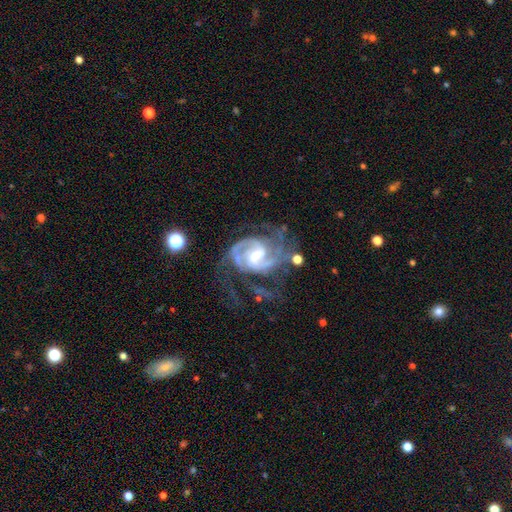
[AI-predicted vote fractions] A featured or disk galaxy (91%) with a weak bar (56%), 2 (56%) medium (50%) spiral arms (97%) and a moderate central bulge (47%).

Vote fractions:
- Smooth or featured? featured or disk: 91% / star or artifact: 5% / smooth: 4%
- Edge-on disk? no: 98% / yes: 2%
- Bar? weak: 56% / strong: 25% / no: 19%
- Spiral arms? yes: 97% / no: 3%
- Spiral winding? medium: 50% / tight: 36% / loose: 14%
- Spiral arm count? 2: 56% / 3: 17% / can't tell: 13% / 4: 5% / 1: 5% / more than 4: 4%
- Bulge size? moderate: 47% / small: 40% / large: 7% / none: 6% / dominant: 1%
- Merging? none: 47% / major disturbance: 29% / minor disturbance: 19% / merger: 5%